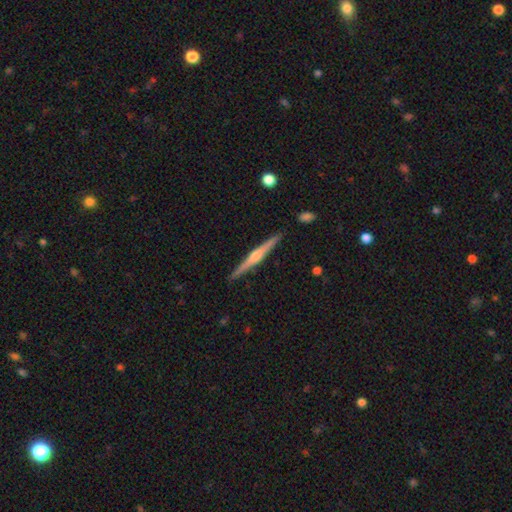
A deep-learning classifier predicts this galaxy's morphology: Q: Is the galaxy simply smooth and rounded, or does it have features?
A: featured or disk — 79%.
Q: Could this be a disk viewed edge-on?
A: yes — 99%.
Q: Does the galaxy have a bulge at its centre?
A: rounded — 84%.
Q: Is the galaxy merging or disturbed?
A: none — 92%.